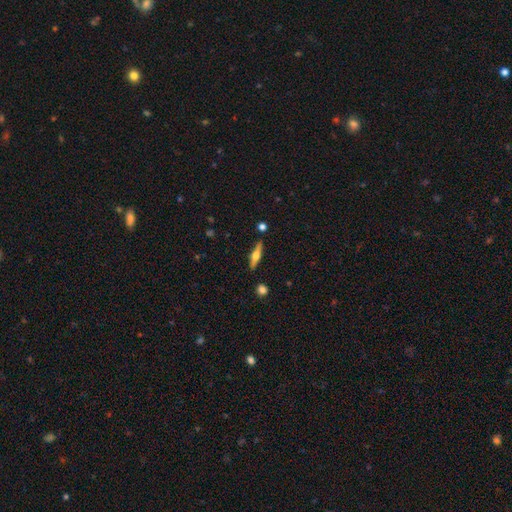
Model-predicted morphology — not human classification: smooth-or-featured: featured or disk: 61% | smooth: 32% | star or artifact: 6%
  disk-edge-on: yes: 96% | no: 4%
    edge-on-bulge: rounded: 92% | boxy: 6% | none: 2%
  merging: none: 87% | minor disturbance: 8% | merger: 2% | major disturbance: 2%